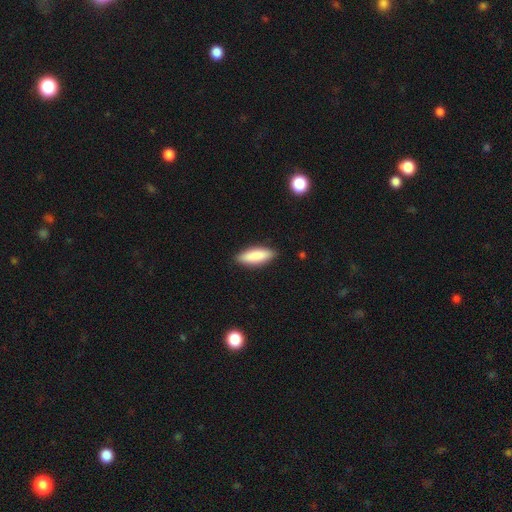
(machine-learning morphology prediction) This appears to be a smooth galaxy with no disk features (87%) that is in between round and cigar-shaped (62%). Merging: none (88%).